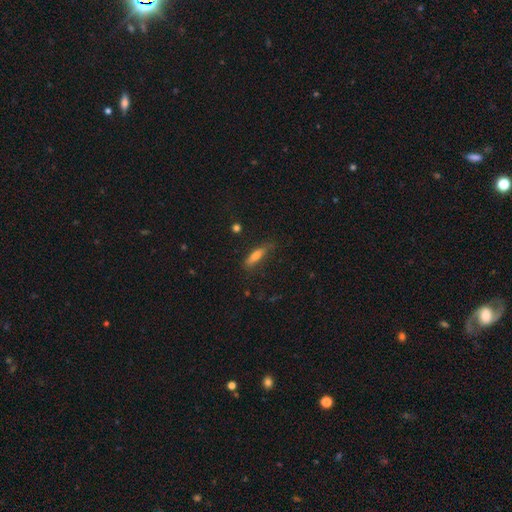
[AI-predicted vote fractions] This is likely a smooth galaxy (68%). How rounded: likely cigar-shaped (74%). Merging: likely none (70%).